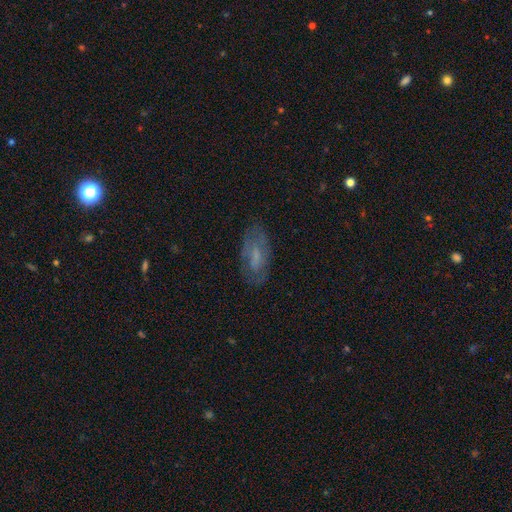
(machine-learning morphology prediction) This is possibly a featured or disk galaxy (46%). Merging: likely none (70%).